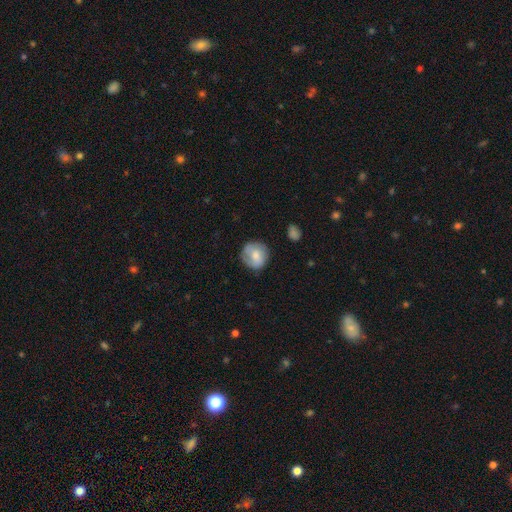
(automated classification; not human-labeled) Morphology: type=smooth (62%); roundness=round (88%); merging=none (73%).